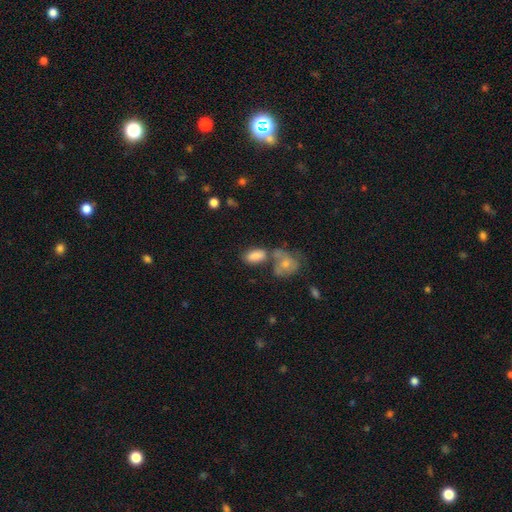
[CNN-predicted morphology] Smooth or featured? smooth (82%)
How rounded? in between (91%)
Merging? none (43%)